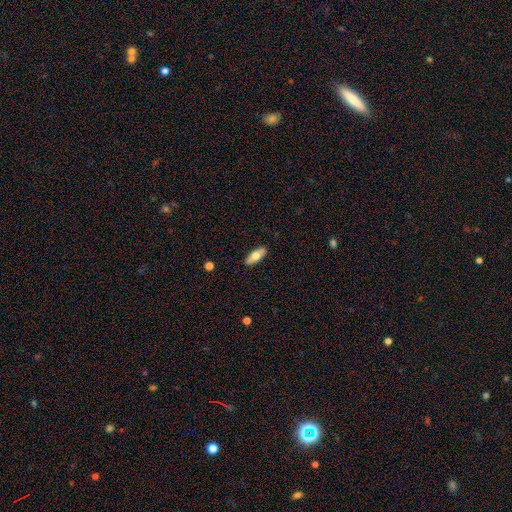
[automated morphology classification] Smooth or featured: smooth — 65% (featured or disk — 29%)
How rounded: in between — 75% (cigar-shaped — 22%)
Merging: none — 88% (minor disturbance — 9%)